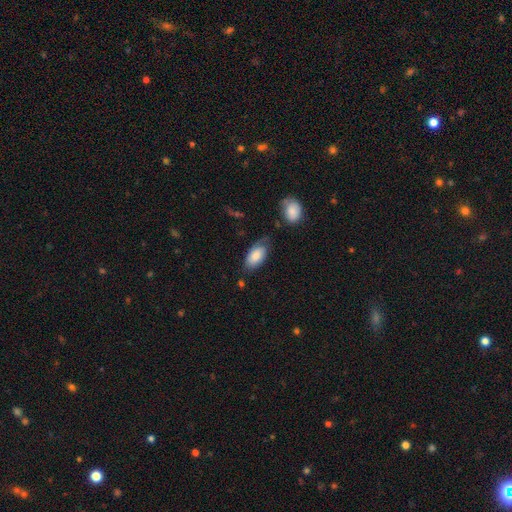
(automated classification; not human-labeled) This is likely a smooth galaxy (78%). How rounded: clearly in between (94%). Merging: possibly none (55%).